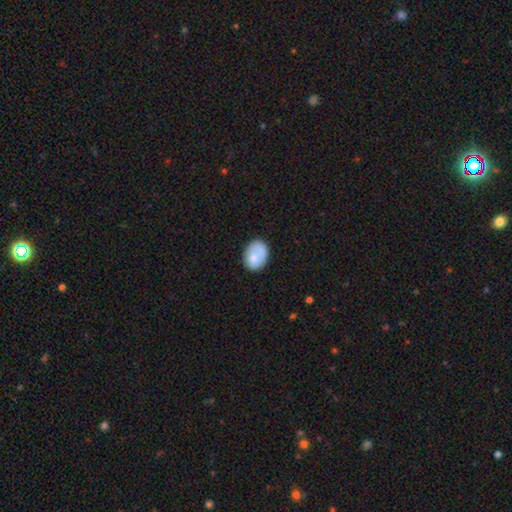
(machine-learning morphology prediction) Overall: smooth (73%). How rounded: in between (69%; round 30%). Merging: none (63%; minor disturbance 24%).